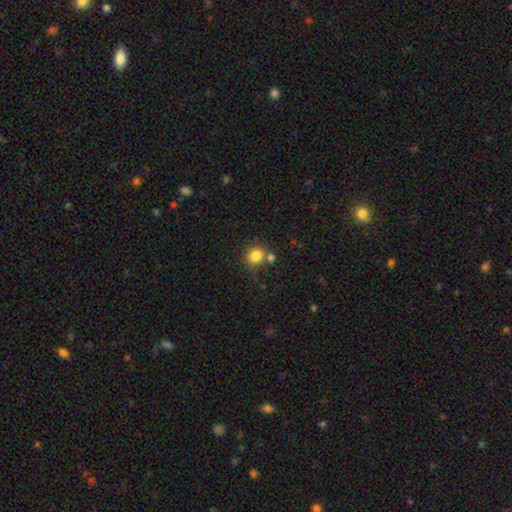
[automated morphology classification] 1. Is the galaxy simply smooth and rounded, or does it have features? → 83% smooth, 11% star or artifact, 6% featured or disk.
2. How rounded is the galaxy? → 77% round, 22% in between, 1% cigar-shaped.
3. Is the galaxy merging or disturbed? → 66% none, 17% merger, 12% minor disturbance, 4% major disturbance.